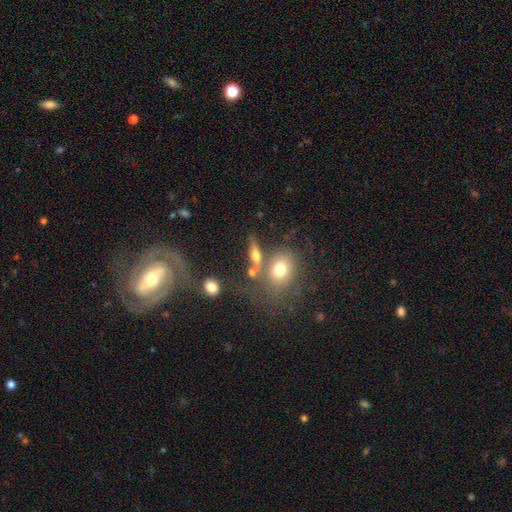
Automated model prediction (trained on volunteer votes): Overall: smooth (52%; featured or disk 35%). How rounded: in between (47%; cigar-shaped 33%). Merging: none (52%; merger 24%).